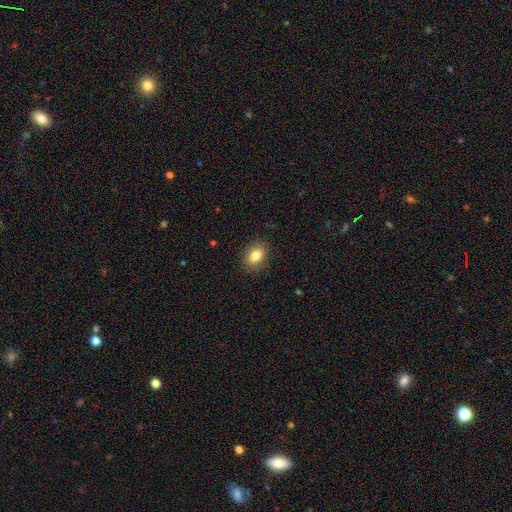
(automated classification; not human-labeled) Overall: smooth (82%). How rounded: in between (67%; round 32%). Merging: none (87%).